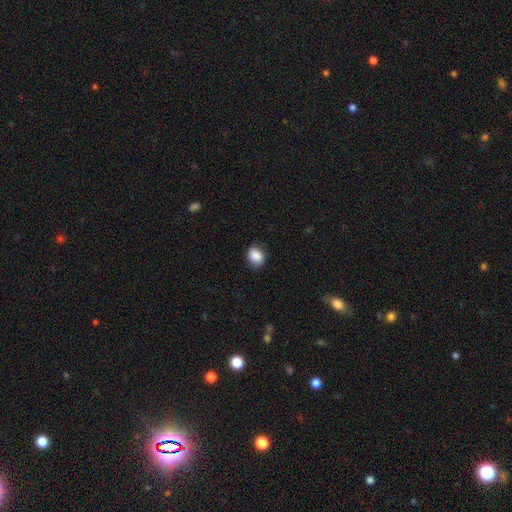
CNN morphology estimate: This is clearly a smooth galaxy (87%). How rounded: possibly in between (58%). Merging: clearly none (81%).